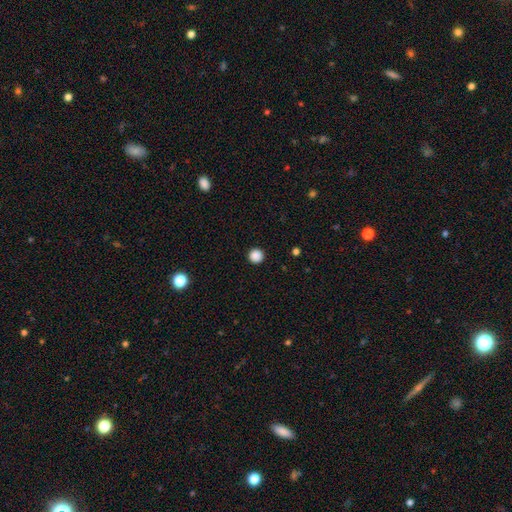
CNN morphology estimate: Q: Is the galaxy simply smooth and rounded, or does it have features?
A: smooth — 88%.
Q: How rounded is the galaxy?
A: round — 96%.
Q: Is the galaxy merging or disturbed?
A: none — 93%.